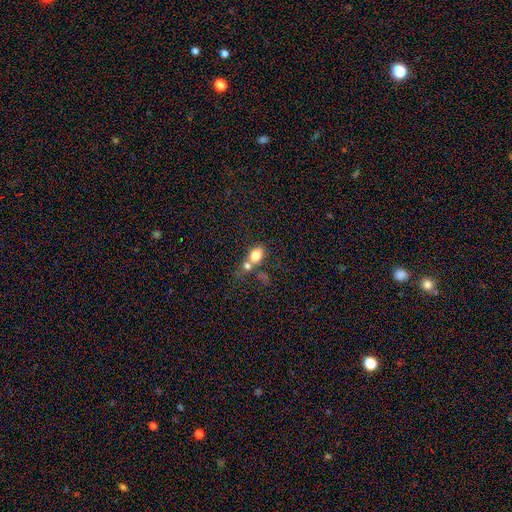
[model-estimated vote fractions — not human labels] Smooth or featured: smooth — 77% (featured or disk — 13%)
How rounded: in between — 70% (round — 27%)
Merging: merger — 51% (none — 32%)